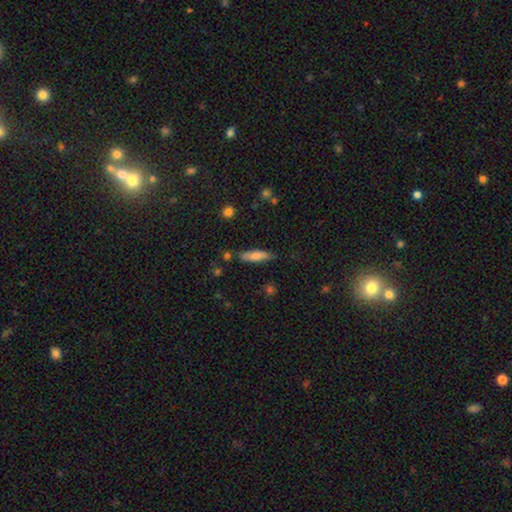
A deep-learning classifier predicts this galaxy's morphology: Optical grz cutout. It shows a smooth galaxy with no disk features (75%) that is cigar-shaped (59%). Merging: none (77%).